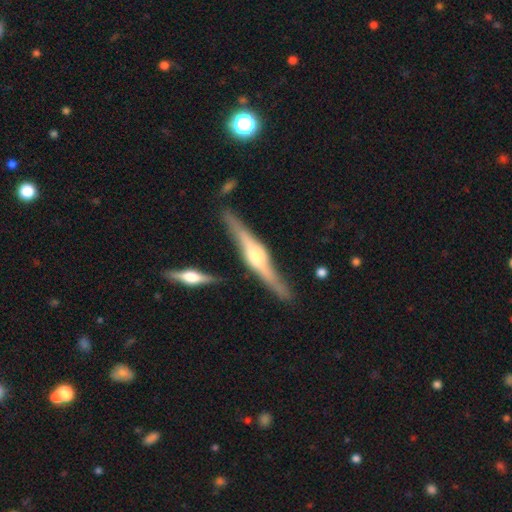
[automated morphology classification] Smooth or featured? Predicted: featured or disk (p=0.80). Edge-on disk? Predicted: yes (p=0.97). Edge-on bulge? Predicted: rounded (p=0.86). Merging? Predicted: none (p=0.83).